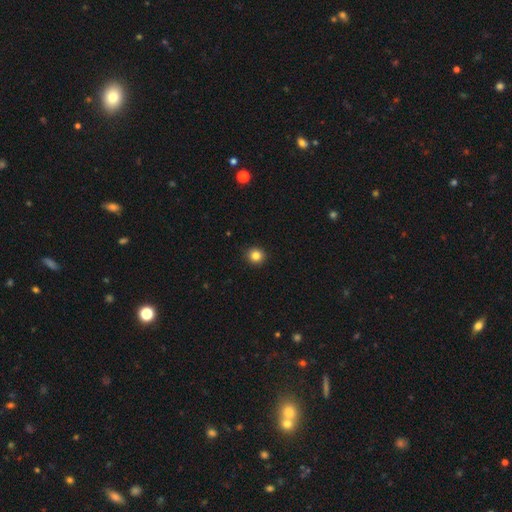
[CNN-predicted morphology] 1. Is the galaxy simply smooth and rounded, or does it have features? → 84% smooth, 11% star or artifact, 5% featured or disk.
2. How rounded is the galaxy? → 93% round, 6% in between, 1% cigar-shaped.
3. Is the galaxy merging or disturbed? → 93% none, 5% minor disturbance, 1% major disturbance, 1% merger.